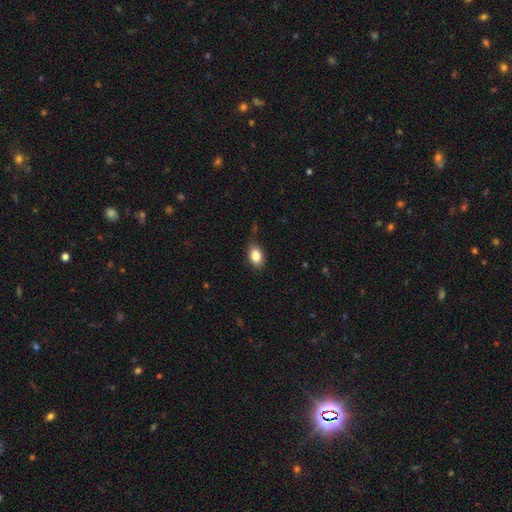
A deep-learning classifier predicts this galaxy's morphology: smooth_or_featured: smooth (p=0.85) [alt: star or artifact p=0.08]
how_rounded: in between (p=0.84) [alt: round p=0.14]
merging: none (p=0.75) [alt: minor disturbance p=0.19]